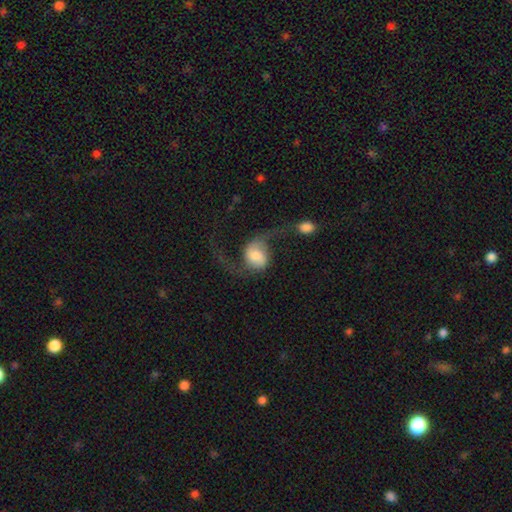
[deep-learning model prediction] Smooth or featured: featured or disk — 67% (smooth — 26%)
Edge-on disk: no — 97% (yes — 3%)
Bar: no — 59% (weak — 33%)
Spiral arms: yes — 91% (no — 9%)
Spiral winding: loose — 87% (medium — 11%)
Spiral arm count: 2 — 88% (1 — 7%)
Bulge size: large — 36% (moderate — 24%)
Merging: major disturbance — 33% (tied with none — 33%)